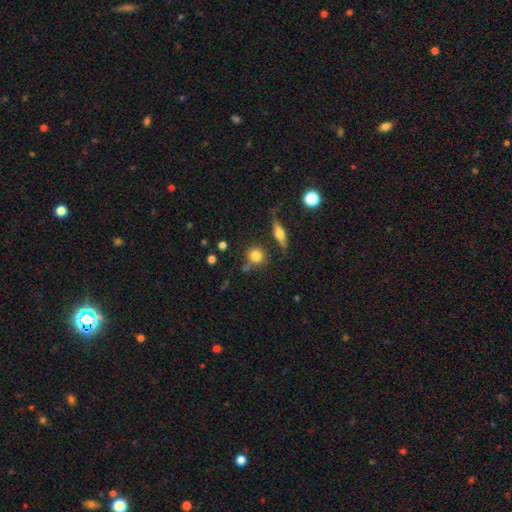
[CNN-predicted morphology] type=smooth (80%); roundness=round (86%); merging=none (76%).